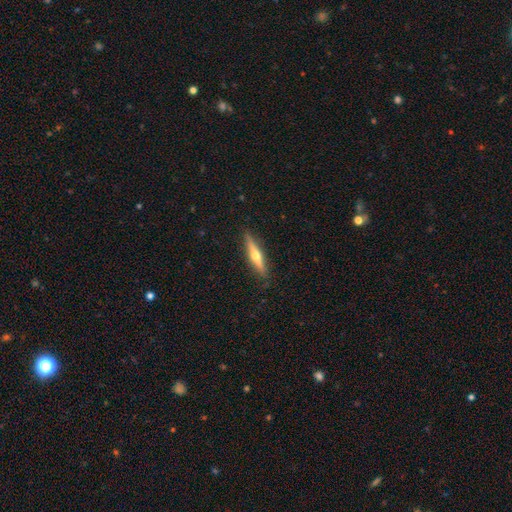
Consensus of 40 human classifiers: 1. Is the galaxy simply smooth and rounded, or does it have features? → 57% featured or disk, 30% smooth, 12% star or artifact.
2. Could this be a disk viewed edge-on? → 96% yes, 4% no.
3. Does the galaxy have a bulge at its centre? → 95% rounded, 5% boxy, 0% none.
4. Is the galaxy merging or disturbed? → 89% none, 6% minor disturbance, 3% major disturbance, 3% merger.